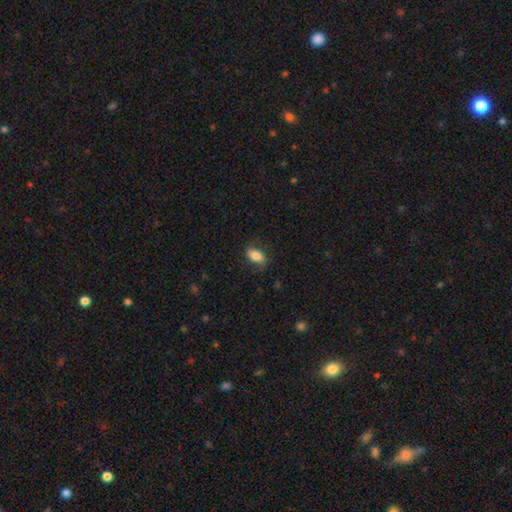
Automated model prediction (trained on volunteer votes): Morphology: type=smooth (80%); roundness=in between (89%); merging=none (77%).